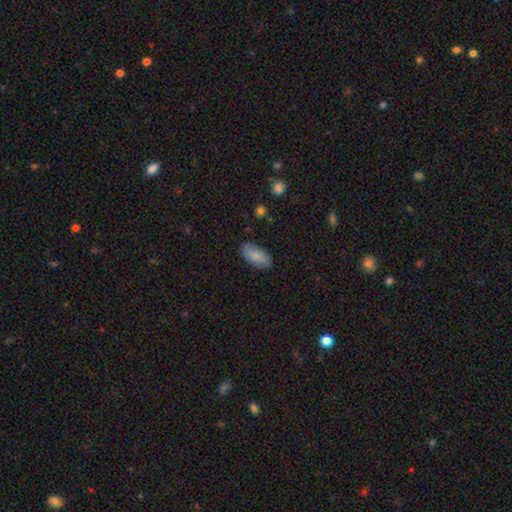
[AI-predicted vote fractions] Smooth or featured? Predicted: smooth (p=0.82). How rounded? Predicted: in between (p=0.91). Merging? Predicted: none (p=0.83).